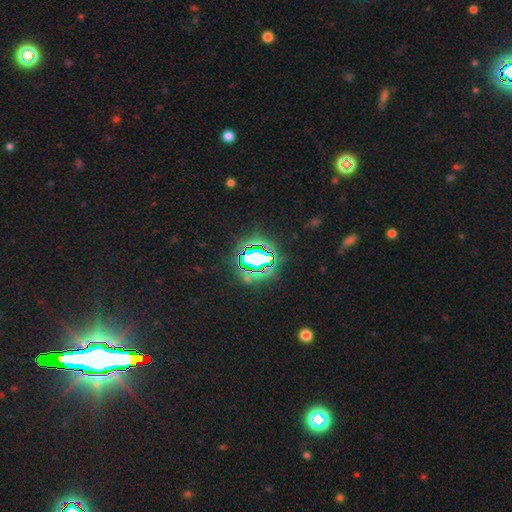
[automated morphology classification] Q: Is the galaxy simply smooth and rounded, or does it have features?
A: star or artifact — 76%.